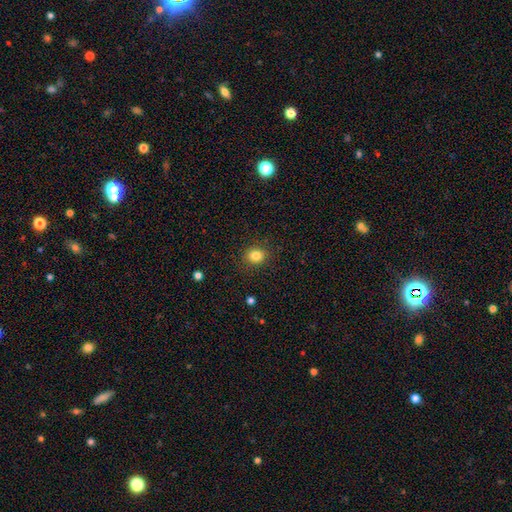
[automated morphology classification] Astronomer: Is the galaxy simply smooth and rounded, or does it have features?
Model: smooth — 83%.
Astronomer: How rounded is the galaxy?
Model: round — 68%.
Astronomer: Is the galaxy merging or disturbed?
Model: none — 87%.